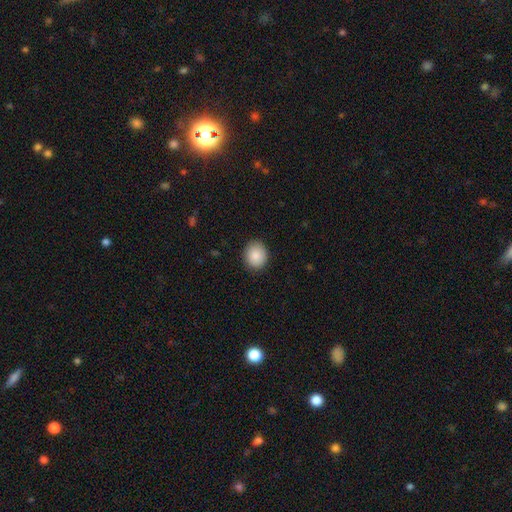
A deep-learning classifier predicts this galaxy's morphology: A smooth galaxy with no disk features (88%) that is round (68%).

Vote fractions:
- Smooth or featured? smooth: 88% / star or artifact: 7% / featured or disk: 4%
- How rounded? round: 68% / in between: 32% / cigar-shaped: 1%
- Merging? none: 89% / minor disturbance: 8% / major disturbance: 2% / merger: 1%